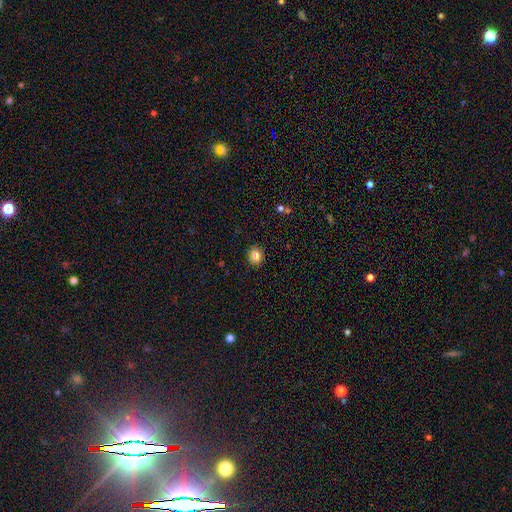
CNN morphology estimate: This appears to be a smooth galaxy with no disk features (82%) that is round (75%). Merging: none (91%).